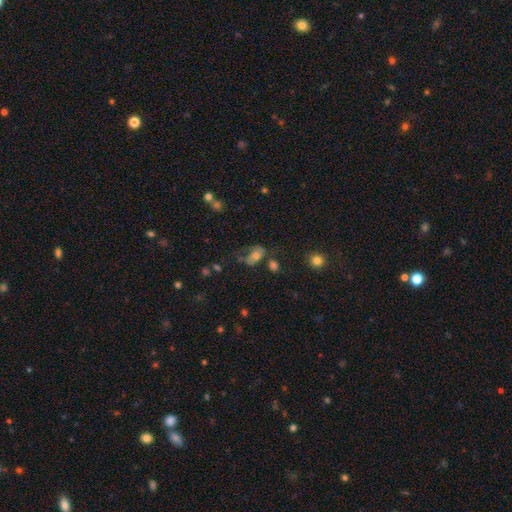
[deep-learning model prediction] Smooth or featured?
  - smooth: 57% *
  - featured or disk: 29%
  - star or artifact: 14%
How rounded?
  - in between: 83% *
  - round: 15%
  - cigar-shaped: 3%
Merging?
  - none: 44% *
  - minor disturbance: 26%
  - major disturbance: 22%
  - merger: 9%